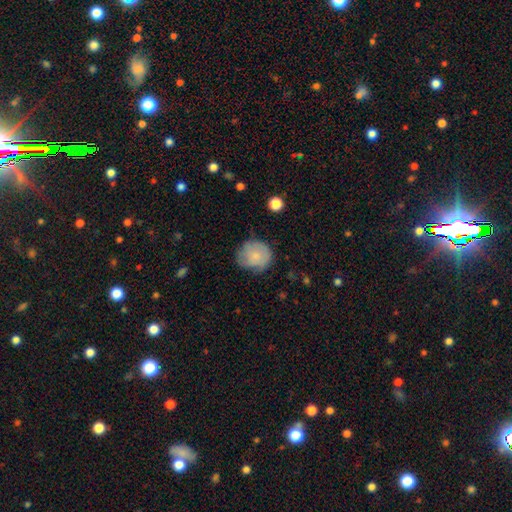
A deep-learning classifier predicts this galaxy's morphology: Smooth or featured? Predicted: smooth (p=0.70). How rounded? Predicted: round (p=0.81). Merging? Predicted: none (p=0.65).